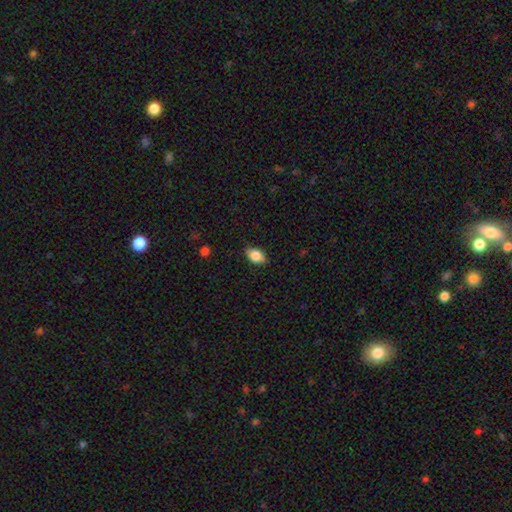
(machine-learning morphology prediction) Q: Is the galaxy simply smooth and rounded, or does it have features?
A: smooth — 83%.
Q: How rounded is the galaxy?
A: in between — 87%.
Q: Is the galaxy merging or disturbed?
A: none — 84%.